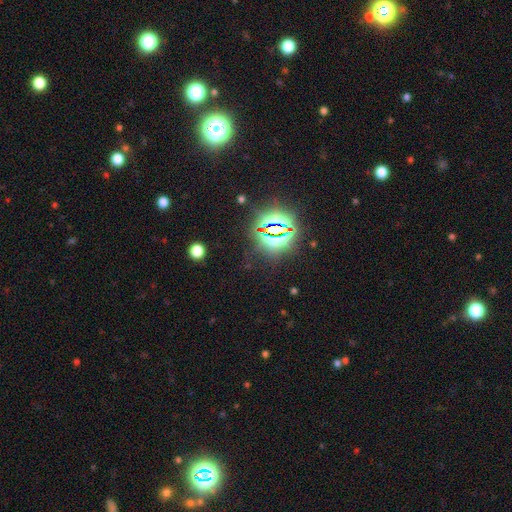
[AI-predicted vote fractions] A star or artifact, not a galaxy (81%).

Vote fractions:
- Smooth or featured? star or artifact: 81% / smooth: 12% / featured or disk: 8%